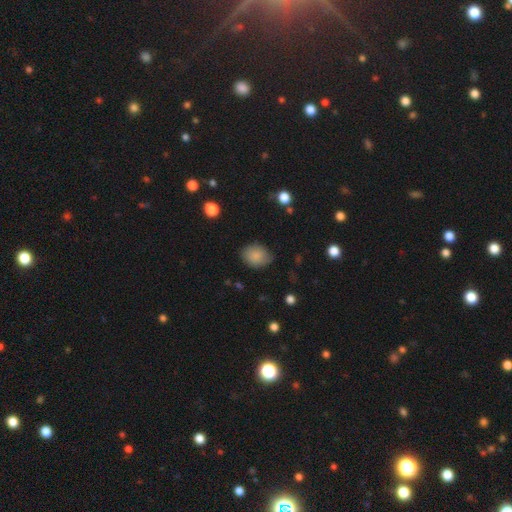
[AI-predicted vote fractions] smooth-or-featured: smooth: 85% | star or artifact: 8% | featured or disk: 7%
  how-rounded: in between: 54% | round: 45% | cigar-shaped: 1%
  merging: none: 73% | minor disturbance: 21% | major disturbance: 5% | merger: 1%